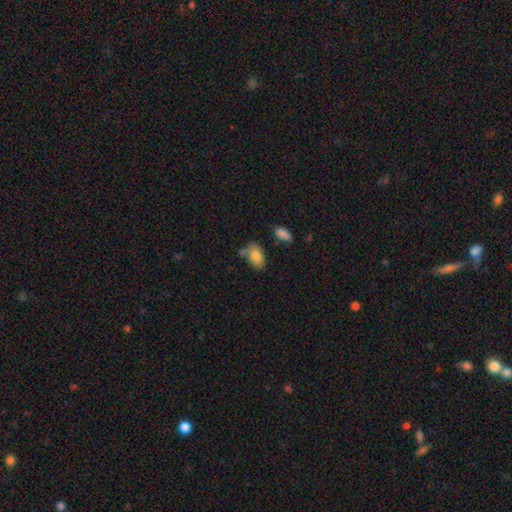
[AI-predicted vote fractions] This is likely a smooth galaxy (80%). How rounded: clearly in between (91%). Merging: possibly none (54%).